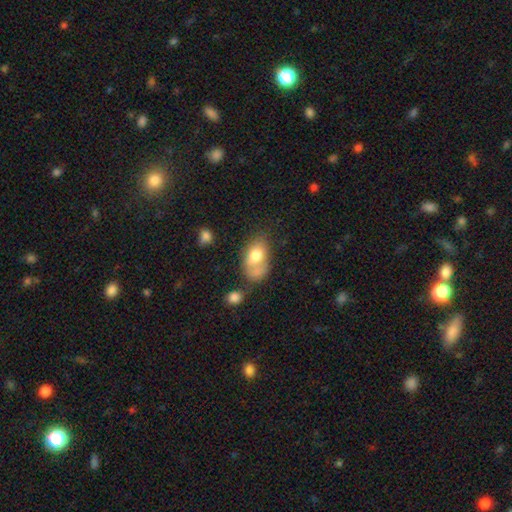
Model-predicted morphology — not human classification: type=smooth (71%); roundness=in between (85%); merging=merger (32%).